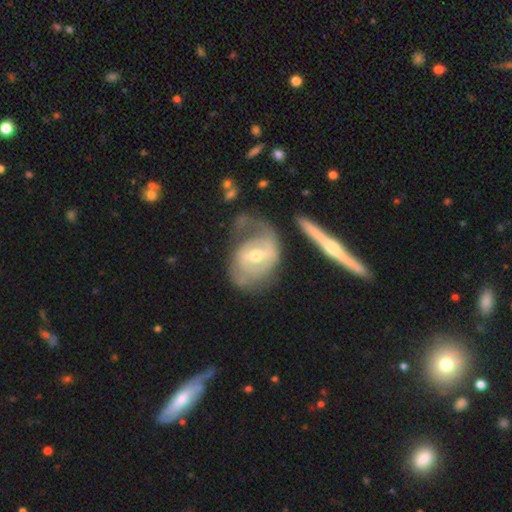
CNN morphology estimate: Q: Smooth or featured?
A: featured or disk (79%); runner-up: smooth (16%)
Q: Edge-on disk?
A: no (92%); runner-up: yes (8%)
Q: Bar?
A: weak (43%); runner-up: strong (38%)
Q: Spiral arms?
A: yes (80%); runner-up: no (20%)
Q: Spiral winding?
A: tight (41%); runner-up: medium (38%)
Q: Spiral arm count?
A: 2 (60%); runner-up: can't tell (22%)
Q: Bulge size?
A: moderate (59%); runner-up: small (36%)
Q: Merging?
A: none (46%); runner-up: minor disturbance (25%)